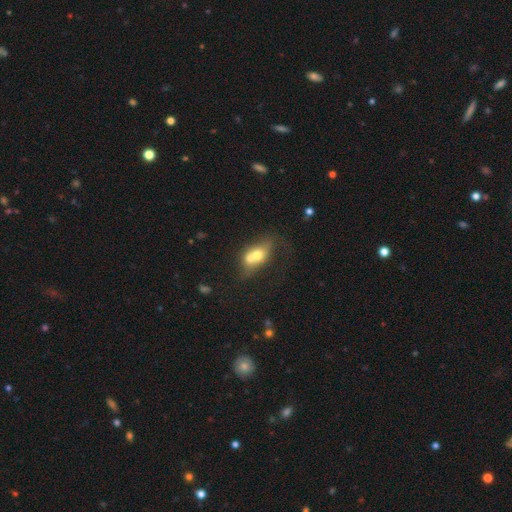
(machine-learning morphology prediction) Smooth or featured?
  - smooth: 60% *
  - featured or disk: 31%
  - star or artifact: 9%
How rounded?
  - in between: 66% *
  - round: 28%
  - cigar-shaped: 5%
Merging?
  - merger: 64% *
  - none: 21%
  - minor disturbance: 9%
  - major disturbance: 6%